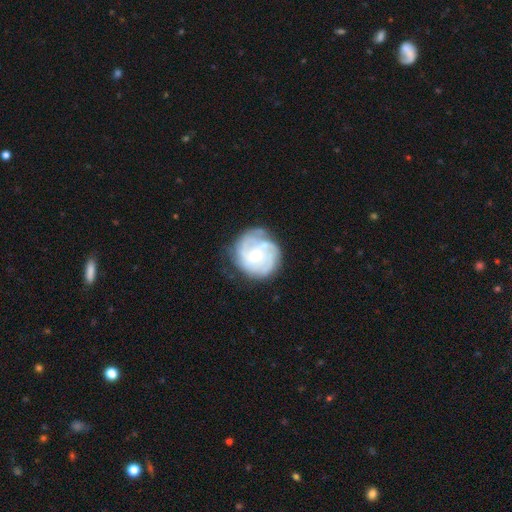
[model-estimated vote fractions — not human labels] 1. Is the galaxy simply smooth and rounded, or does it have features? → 73% featured or disk, 21% smooth, 6% star or artifact.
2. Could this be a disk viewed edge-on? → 98% no, 2% yes.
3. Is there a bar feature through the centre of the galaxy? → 71% no, 25% weak, 4% strong.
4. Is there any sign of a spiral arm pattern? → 84% yes, 16% no.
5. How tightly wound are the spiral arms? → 57% tight, 32% medium, 12% loose.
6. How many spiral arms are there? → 39% can't tell, 23% 3, 17% 2, 11% 4, 5% 1, 5% more than 4.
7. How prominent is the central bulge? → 49% moderate, 47% small, 2% large, 1% none, 1% dominant.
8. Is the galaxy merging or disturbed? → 66% none, 21% minor disturbance, 10% major disturbance, 3% merger.